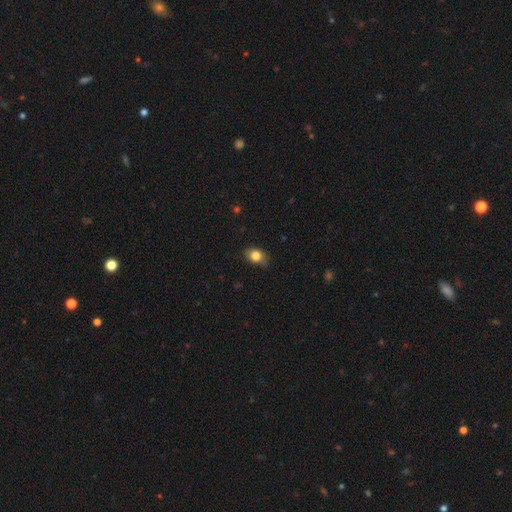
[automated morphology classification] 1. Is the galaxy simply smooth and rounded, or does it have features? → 82% smooth, 9% star or artifact, 9% featured or disk.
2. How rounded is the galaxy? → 67% in between, 31% round, 1% cigar-shaped.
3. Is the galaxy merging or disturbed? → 76% none, 20% minor disturbance, 3% major disturbance, 1% merger.